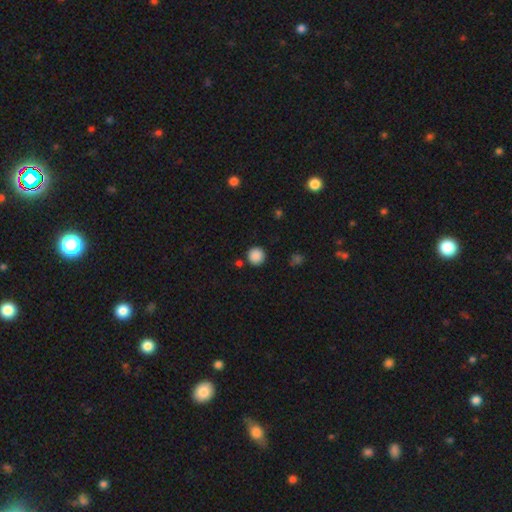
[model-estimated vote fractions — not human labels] Morphology: type=smooth (87%); roundness=round (95%); merging=none (87%).